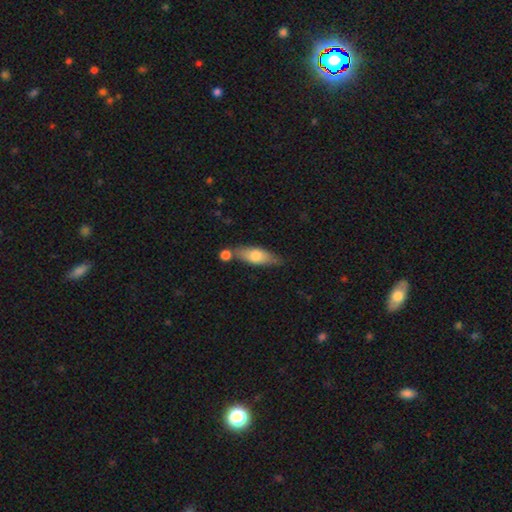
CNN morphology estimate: Q: Smooth or featured?
A: smooth (67%); runner-up: featured or disk (27%)
Q: How rounded?
A: in between (61%); runner-up: cigar-shaped (35%)
Q: Merging?
A: none (59%); runner-up: minor disturbance (19%)